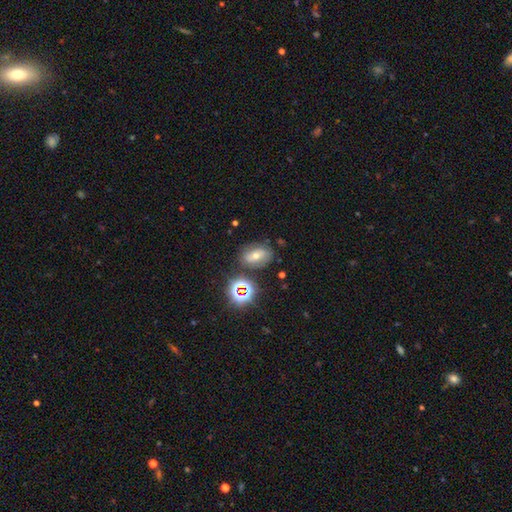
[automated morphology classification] Smooth or featured? Predicted: star or artifact (p=0.36, tied with smooth).